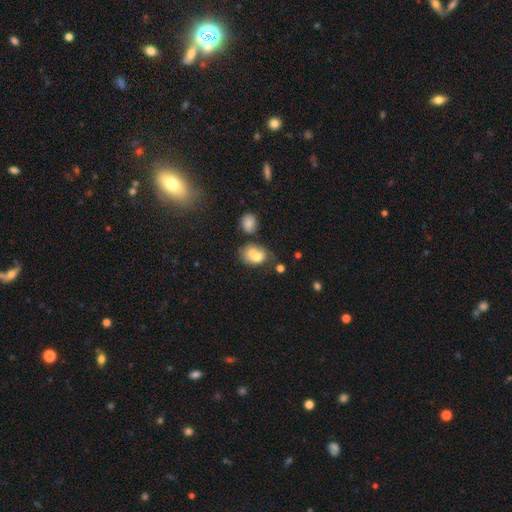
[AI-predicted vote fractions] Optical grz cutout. It shows a smooth galaxy with no disk features (69%) that is in between round and cigar-shaped (57%). Merging: merger (55%).